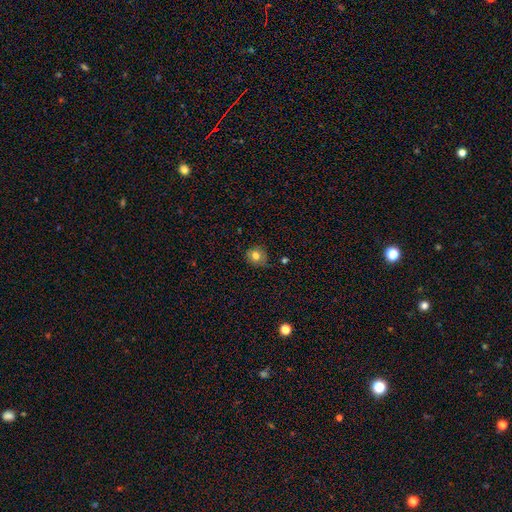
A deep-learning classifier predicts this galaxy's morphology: Smooth or featured? smooth (76%)
How rounded? round (78%)
Merging? none (69%)